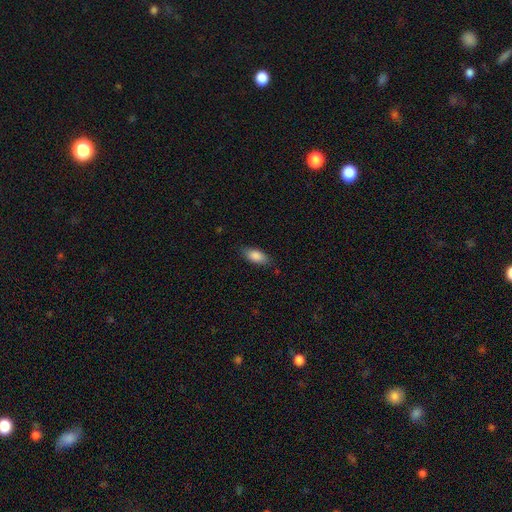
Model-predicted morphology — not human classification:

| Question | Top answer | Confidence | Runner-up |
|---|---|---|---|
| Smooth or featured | smooth | 86% | featured or disk (7%) |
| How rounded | in between | 87% | cigar-shaped (10%) |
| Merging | none | 83% | minor disturbance (13%) |